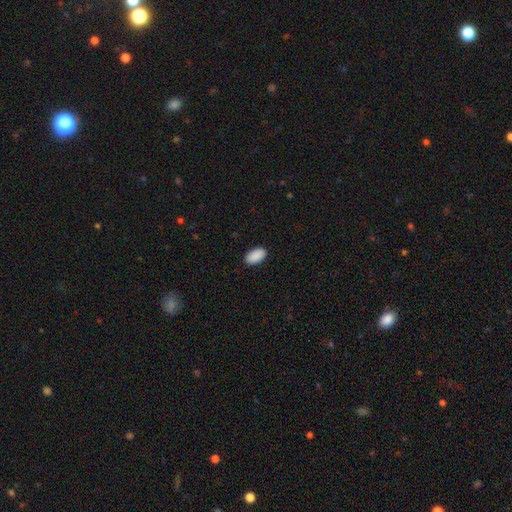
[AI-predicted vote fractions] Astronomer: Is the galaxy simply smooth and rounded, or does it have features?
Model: smooth — 91%.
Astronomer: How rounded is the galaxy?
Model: in between — 95%.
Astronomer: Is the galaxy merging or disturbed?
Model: none — 89%.